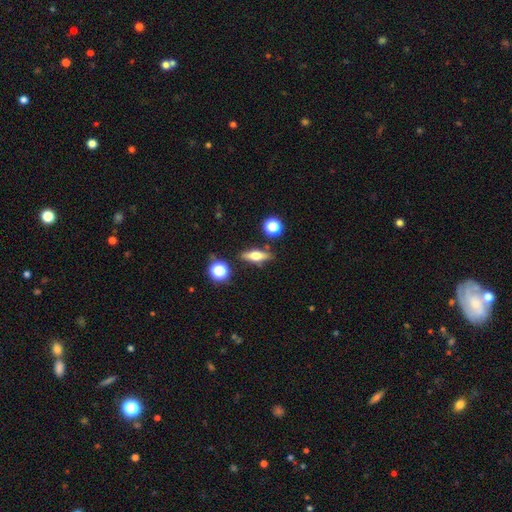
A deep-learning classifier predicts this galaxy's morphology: This is possibly a smooth galaxy (50%). Merging: clearly none (82%).